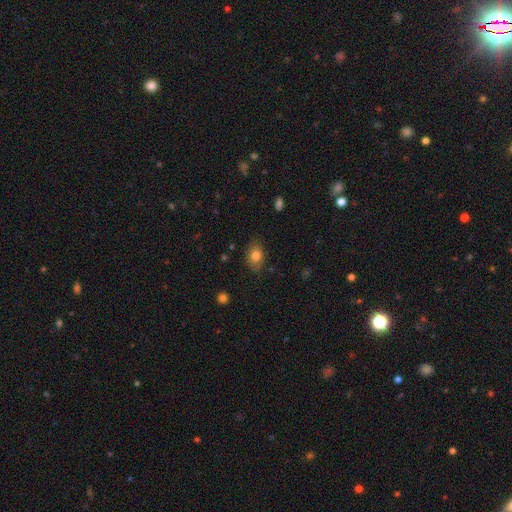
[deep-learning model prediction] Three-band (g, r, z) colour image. It shows a smooth galaxy with no disk features (80%) that is in between round and cigar-shaped (74%). Merging: none (79%).